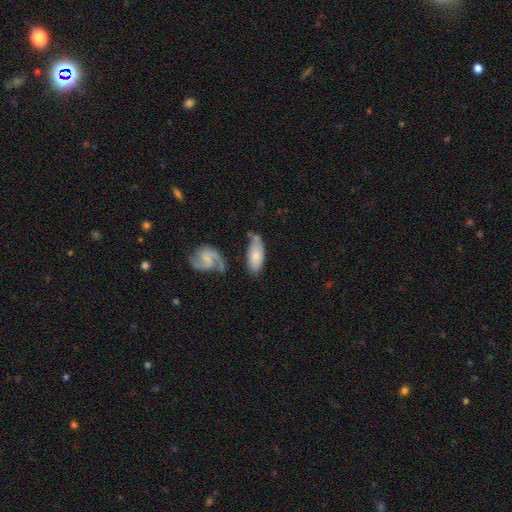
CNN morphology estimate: A smooth galaxy with no disk features (66%) that is in between round and cigar-shaped (81%). Merging: none (54%).